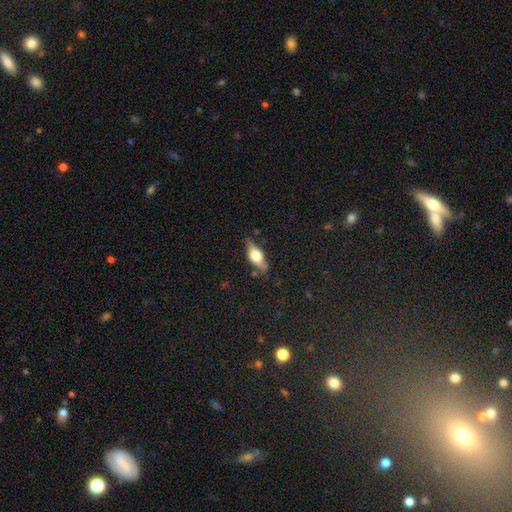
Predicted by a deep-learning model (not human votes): Overall: smooth (53%; featured or disk 39%). How rounded: in between (72%). Merging: none (74%).